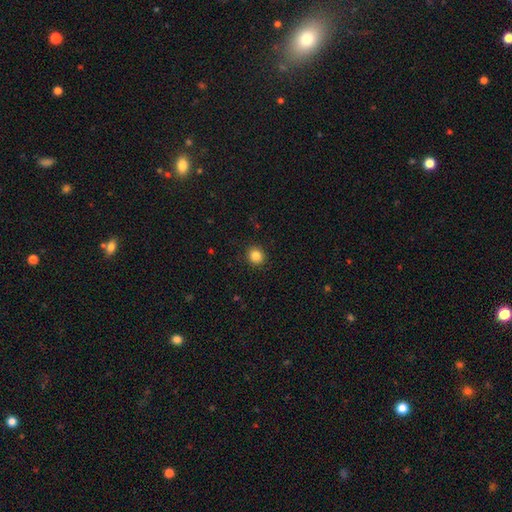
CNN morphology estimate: Overall: smooth (85%). How rounded: round (89%). Merging: none (92%).